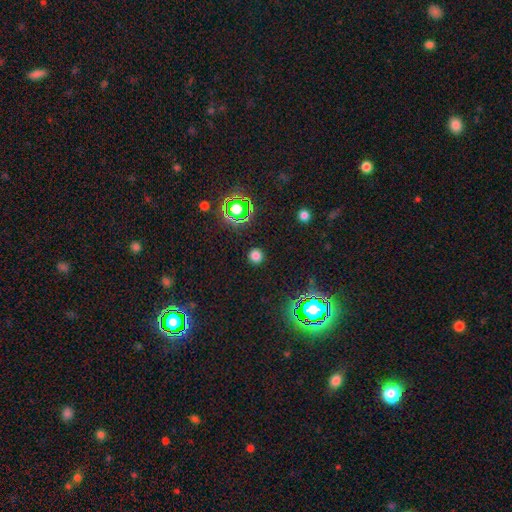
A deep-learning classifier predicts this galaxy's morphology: Smooth or featured? smooth (72%)
How rounded? round (93%)
Merging? none (91%)